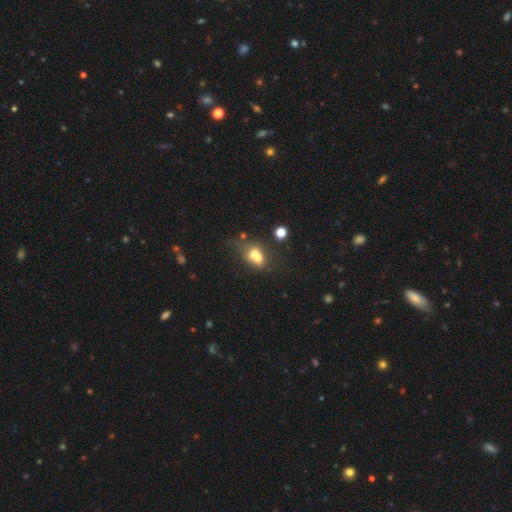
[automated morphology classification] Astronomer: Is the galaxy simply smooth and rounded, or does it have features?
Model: smooth — 61%.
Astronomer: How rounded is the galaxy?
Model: in between — 50% (runner-up: round, 48%).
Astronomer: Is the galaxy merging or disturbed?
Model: merger — 64%.